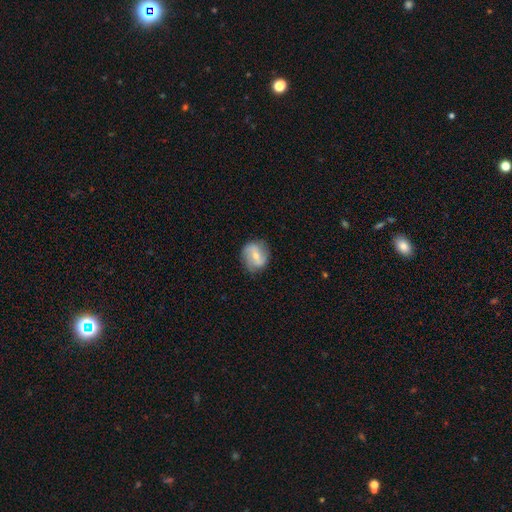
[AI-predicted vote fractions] The model was most divided on "bulge size": small: 50%, moderate: 43%, none: 4%, large: 2%, dominant: 1%. Remaining: edge-on disk — no (96%); spiral arms — yes (84%); merging — none (78%); smooth or featured — featured or disk (60%); bar — weak (45%).